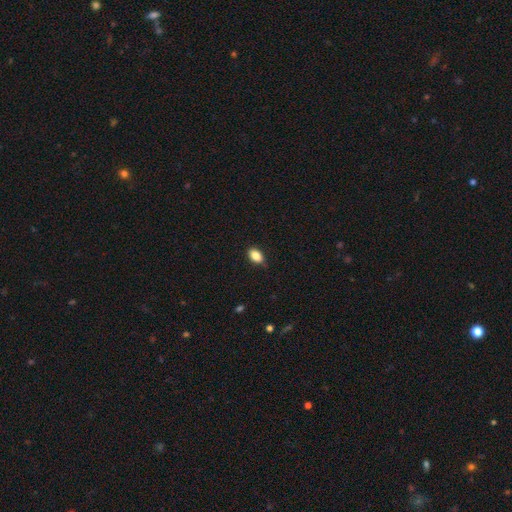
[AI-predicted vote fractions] Q: Smooth or featured?
A: smooth (86%); runner-up: star or artifact (8%)
Q: How rounded?
A: in between (89%); runner-up: round (9%)
Q: Merging?
A: none (83%); runner-up: minor disturbance (14%)